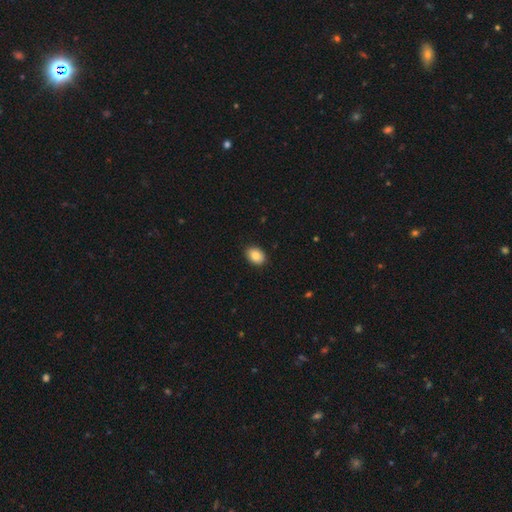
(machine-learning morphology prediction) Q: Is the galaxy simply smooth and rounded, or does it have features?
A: smooth — 86%.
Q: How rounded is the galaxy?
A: in between — 72%.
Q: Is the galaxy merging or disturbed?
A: none — 90%.